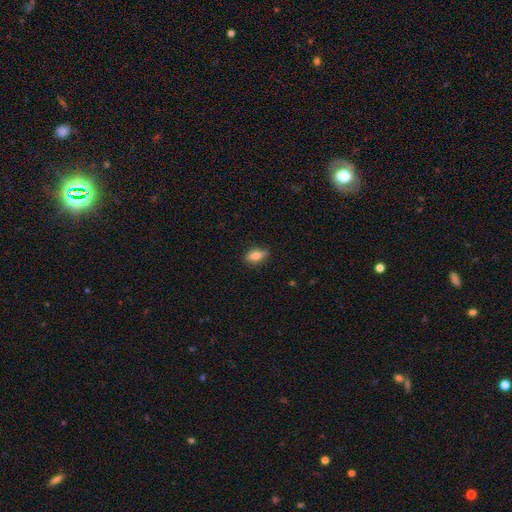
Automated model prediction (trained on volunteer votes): A smooth galaxy with no disk features (77%) that is in between round and cigar-shaped (82%). Merging: none (83%).